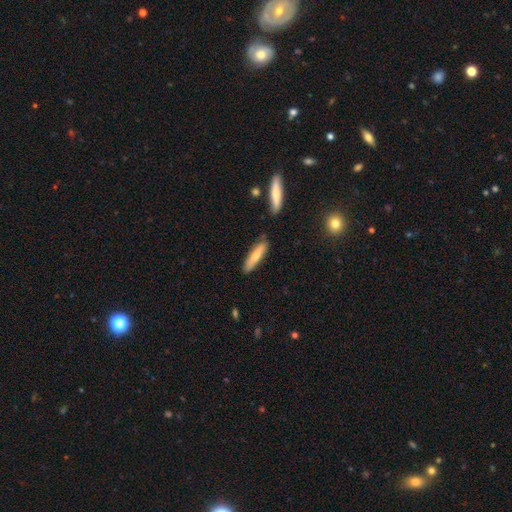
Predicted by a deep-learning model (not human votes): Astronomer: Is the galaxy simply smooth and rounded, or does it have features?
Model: smooth — 69%.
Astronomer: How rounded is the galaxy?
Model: cigar-shaped — 80%.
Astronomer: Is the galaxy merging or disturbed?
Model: none — 81%.